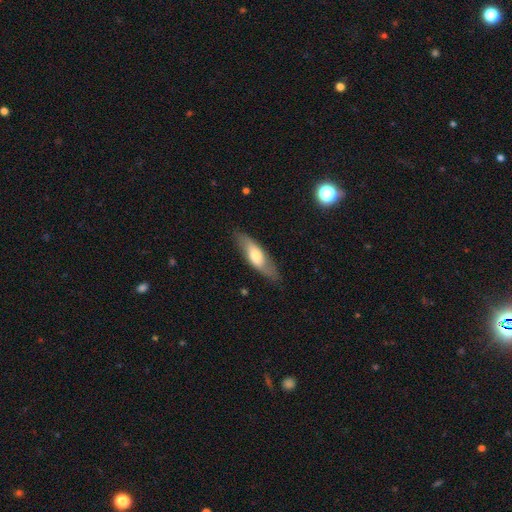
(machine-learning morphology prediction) Q: Smooth or featured?
A: smooth (58%); runner-up: featured or disk (36%)
Q: How rounded?
A: in between (49%); tied with: cigar-shaped (49%)
Q: Merging?
A: none (81%); runner-up: minor disturbance (14%)